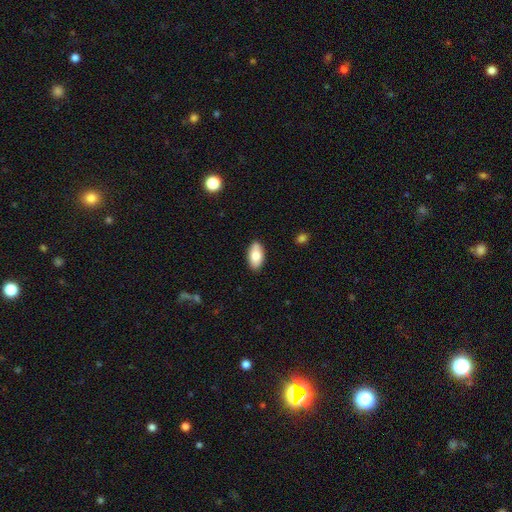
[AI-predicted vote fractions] A smooth galaxy with no disk features (80%) that is in between round and cigar-shaped (94%). Merging: none (86%).